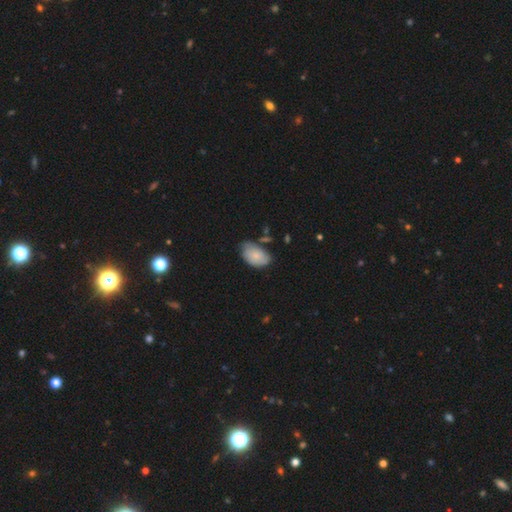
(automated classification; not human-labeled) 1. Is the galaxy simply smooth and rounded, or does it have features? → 74% smooth, 20% featured or disk, 6% star or artifact.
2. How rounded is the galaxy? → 92% in between, 7% round, 1% cigar-shaped.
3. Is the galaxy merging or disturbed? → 57% none, 32% minor disturbance, 7% major disturbance, 5% merger.